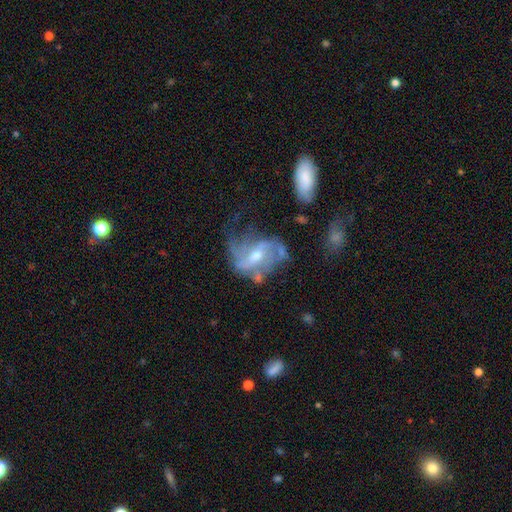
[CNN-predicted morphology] smooth-or-featured: featured or disk: 80% | smooth: 11% | star or artifact: 9%
  disk-edge-on: no: 96% | yes: 4%
    bar: weak: 45% | no: 33% | strong: 22%
    has-spiral-arms: yes: 87% | no: 13%
      spiral-winding: loose: 57% | medium: 31% | tight: 11%
      spiral-arm-count: 2: 55% | can't tell: 20% | 3: 11% | 1: 7% | 4: 4% | more than 4: 3%
    bulge-size: moderate: 50% | small: 44% | none: 3% | large: 3% | dominant: 1%
  merging: none: 43% | major disturbance: 26% | minor disturbance: 23% | merger: 8%